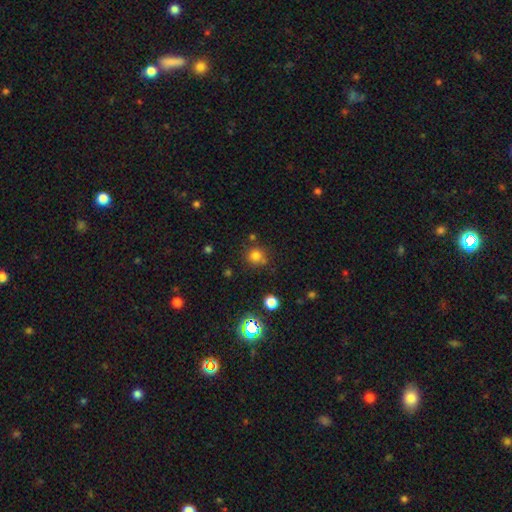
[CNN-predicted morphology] smooth 75%, star or artifact 18%, featured or disk 7%. Down the decision tree: how rounded — round (90%); merging — none (75%).